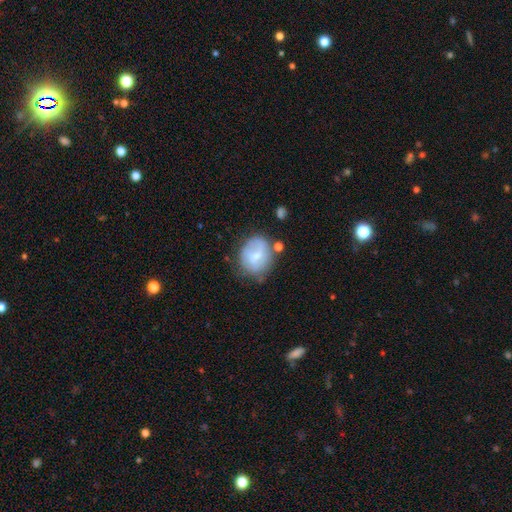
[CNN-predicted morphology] The model was most divided on "smooth or featured": smooth: 52%, featured or disk: 40%, star or artifact: 8%. More confident: how rounded — round (63%); merging — none (55%).